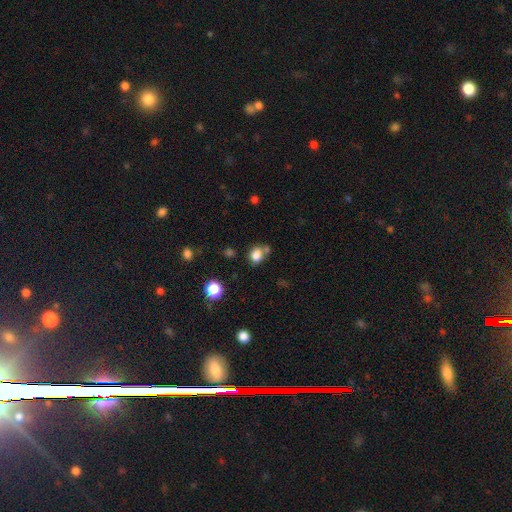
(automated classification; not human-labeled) Smooth or featured? Predicted: smooth (p=0.80). How rounded? Predicted: round (p=0.57). Merging? Predicted: none (p=0.55).